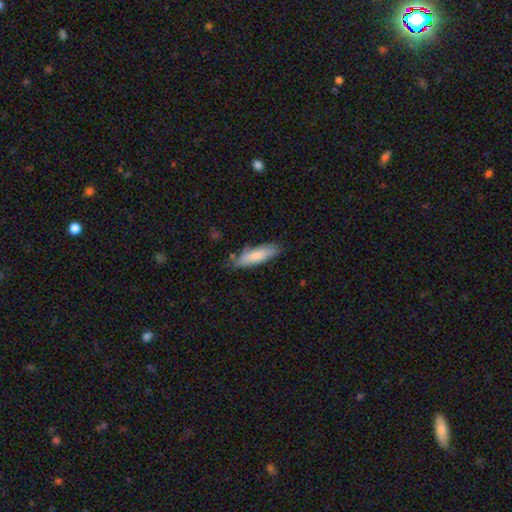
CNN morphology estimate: Overall: smooth (78%). How rounded: cigar-shaped (50%; in between 48%). Merging: none (72%).